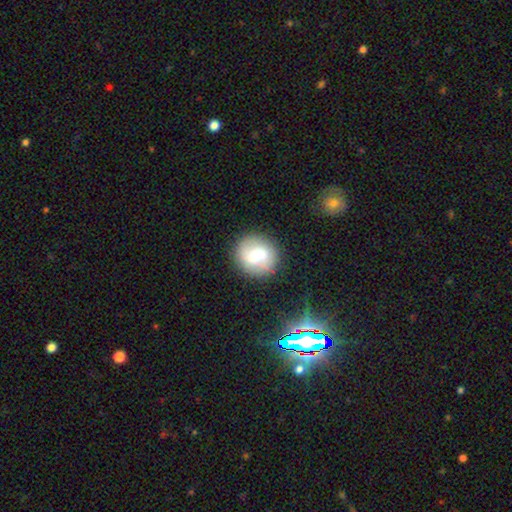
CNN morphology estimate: Smooth or featured? Predicted: smooth (p=0.55). How rounded? Predicted: round (p=0.85). Merging? Predicted: none (p=0.82).